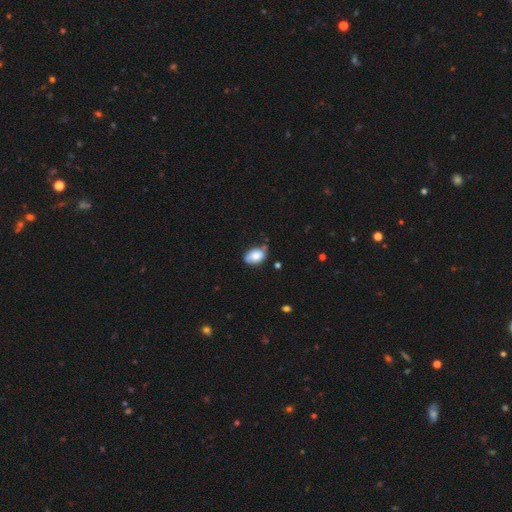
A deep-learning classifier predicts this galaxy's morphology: This appears to be a smooth galaxy with no disk features (77%) that is in between round and cigar-shaped (82%). Merging: none (53%).